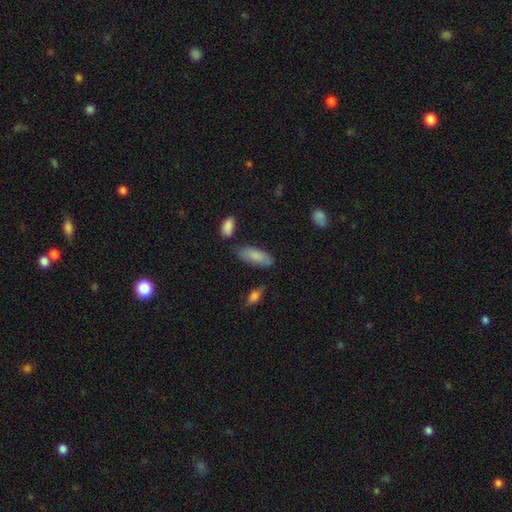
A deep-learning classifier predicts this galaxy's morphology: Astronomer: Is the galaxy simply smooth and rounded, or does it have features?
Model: smooth — 84%.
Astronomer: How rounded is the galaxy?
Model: in between — 76%.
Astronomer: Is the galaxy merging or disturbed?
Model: none — 69%.